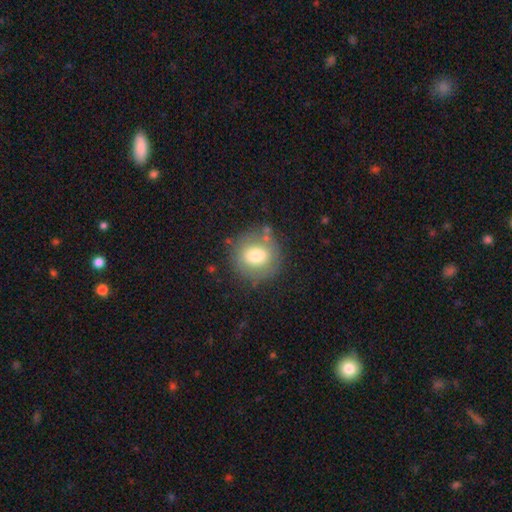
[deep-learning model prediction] smooth-or-featured: smooth: 71% | featured or disk: 20% | star or artifact: 9%
  how-rounded: round: 88% | in between: 11% | cigar-shaped: 1%
  merging: none: 78% | minor disturbance: 13% | major disturbance: 5% | merger: 4%